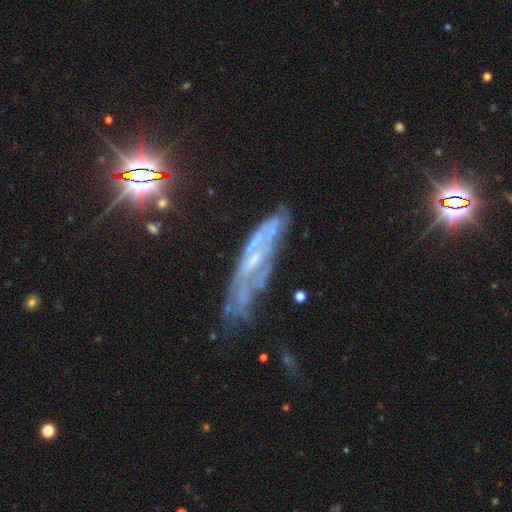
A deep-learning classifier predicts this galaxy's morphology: A featured or disk galaxy (69%).

Vote fractions:
- Smooth or featured? featured or disk: 69% / star or artifact: 16% / smooth: 15%
- Edge-on disk? no: 62% / yes: 38%
- Merging? none: 52% / minor disturbance: 26% / major disturbance: 16% / merger: 5%